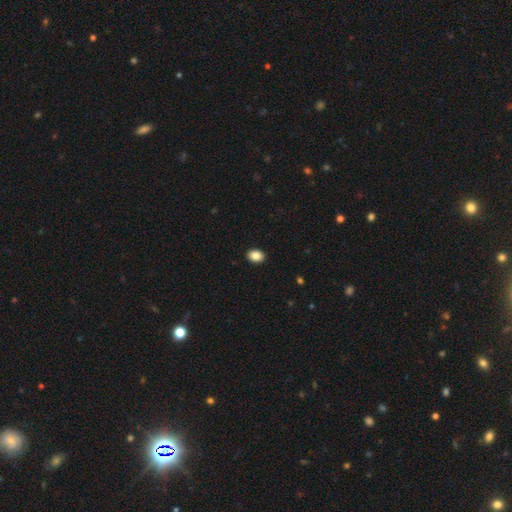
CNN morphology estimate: This is clearly a smooth galaxy (87%). How rounded: likely in between (67%). Merging: clearly none (92%).